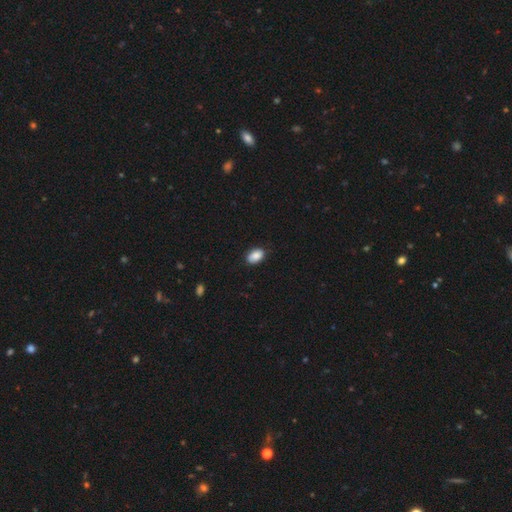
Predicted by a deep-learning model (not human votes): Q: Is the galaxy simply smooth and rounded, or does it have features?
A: smooth — 87%.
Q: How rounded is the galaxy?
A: in between — 89%.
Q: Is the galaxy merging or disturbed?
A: none — 83%.